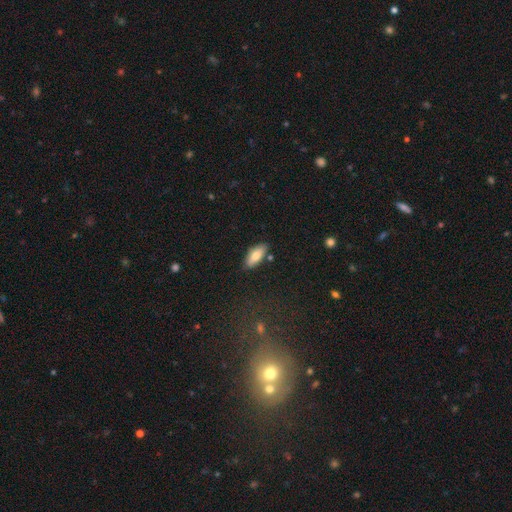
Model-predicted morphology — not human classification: type=smooth (75%); roundness=in between (78%); merging=none (82%).